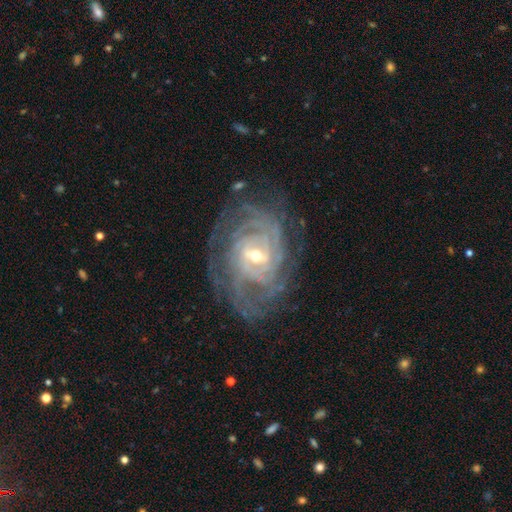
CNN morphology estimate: Q: Smooth or featured?
A: featured or disk (90%); runner-up: star or artifact (6%)
Q: Edge-on disk?
A: no (97%); runner-up: yes (3%)
Q: Bar?
A: weak (44%); runner-up: no (35%)
Q: Spiral arms?
A: yes (97%); runner-up: no (3%)
Q: Spiral winding?
A: tight (78%); runner-up: medium (19%)
Q: Spiral arm count?
A: can't tell (28%); runner-up: 4 (22%)
Q: Bulge size?
A: small (54%); runner-up: moderate (42%)
Q: Merging?
A: none (76%); runner-up: minor disturbance (16%)